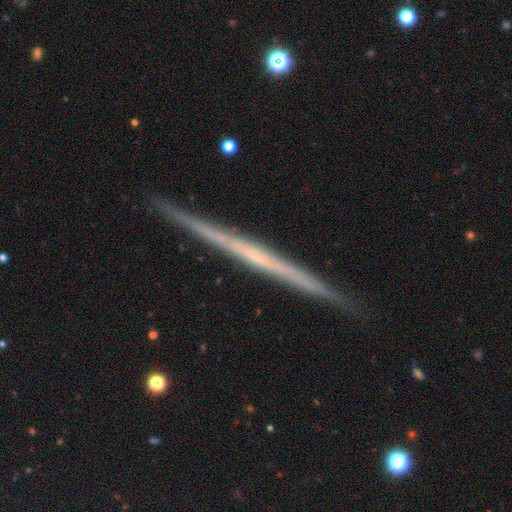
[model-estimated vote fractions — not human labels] featured or disk 74%, smooth 19%, star or artifact 7%. Down the decision tree: edge-on disk — yes (98%); edge-on bulge — none (85%); merging — none (91%).